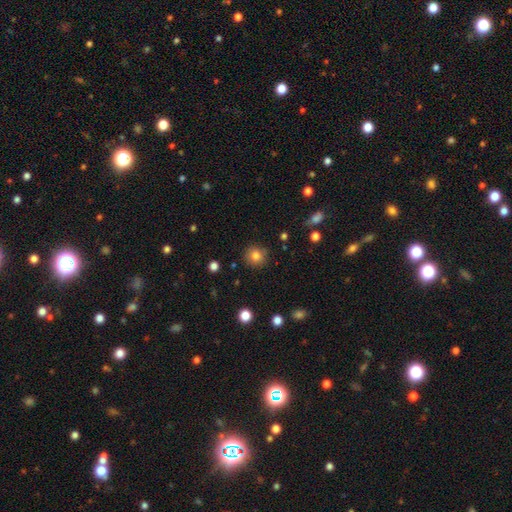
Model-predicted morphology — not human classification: smooth 83%, star or artifact 11%, featured or disk 7%. Down the decision tree: how rounded — round (91%); merging — none (87%).